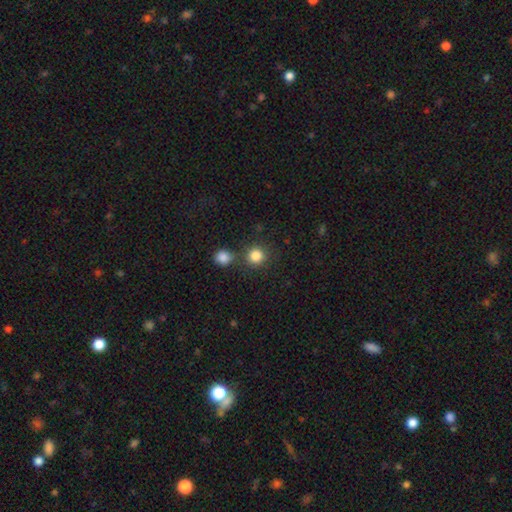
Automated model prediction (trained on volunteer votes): Overall: smooth (84%). How rounded: round (92%). Merging: none (74%).